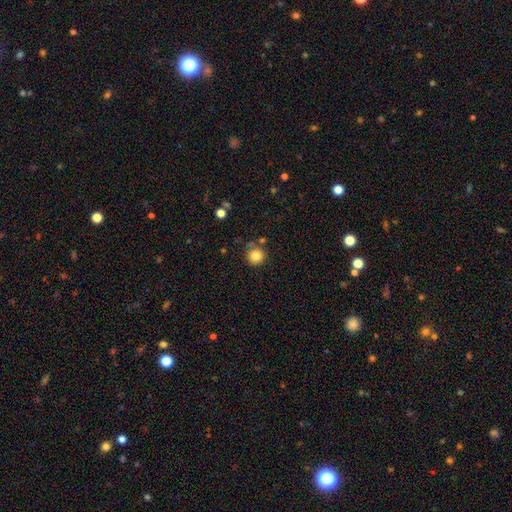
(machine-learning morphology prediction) smooth-or-featured: smooth: 83% | star or artifact: 11% | featured or disk: 6%
  how-rounded: round: 94% | in between: 5% | cigar-shaped: 1%
  merging: none: 78% | minor disturbance: 11% | merger: 7% | major disturbance: 3%